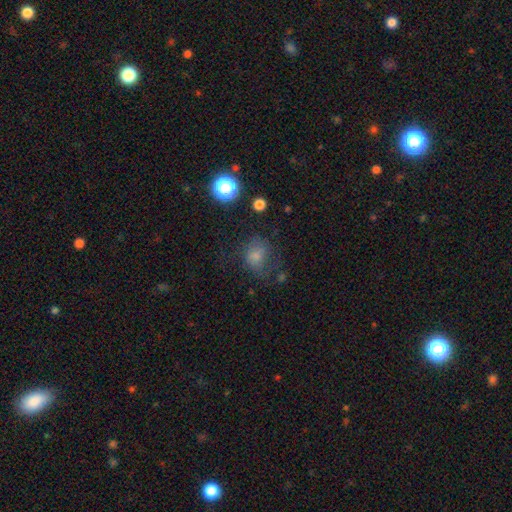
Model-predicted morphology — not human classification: A smooth galaxy with no disk features (60%) that is round (59%). Merging: none (56%).